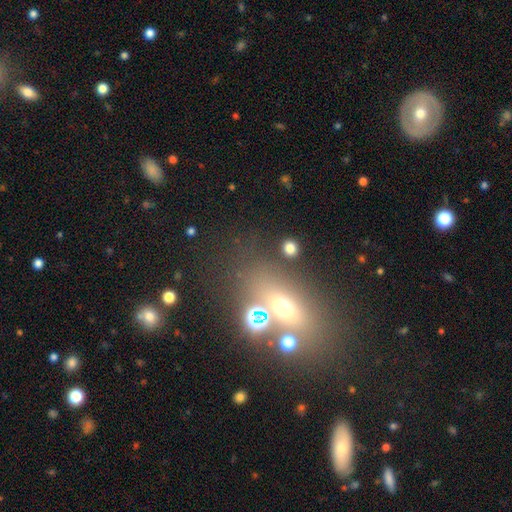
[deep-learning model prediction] A smooth galaxy with no disk features (47%).

Vote fractions:
- Smooth or featured? smooth: 47% / star or artifact: 28% / featured or disk: 25%
- Merging? none: 61% / merger: 19% / minor disturbance: 12% / major disturbance: 8%